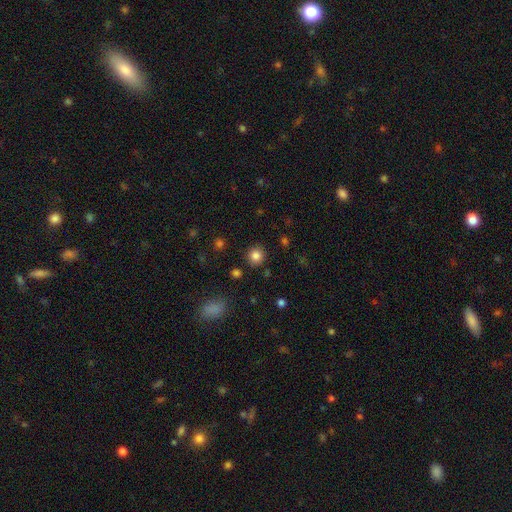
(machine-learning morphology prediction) This appears to be a smooth galaxy with no disk features (83%) that is round (92%). Merging: none (89%).